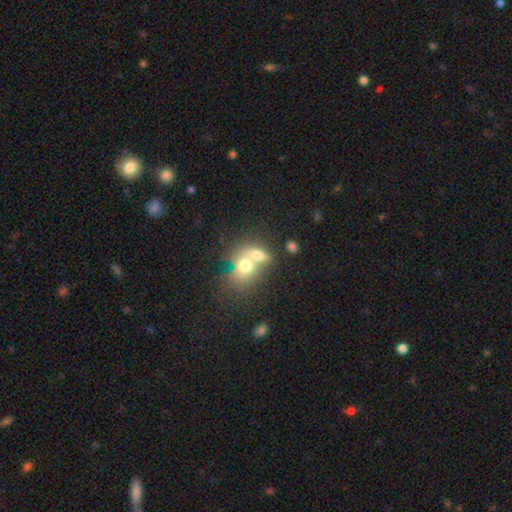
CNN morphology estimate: Q: Smooth or featured?
A: smooth (56%); runner-up: star or artifact (23%)
Q: How rounded?
A: round (63%); runner-up: in between (36%)
Q: Merging?
A: merger (56%); runner-up: none (33%)